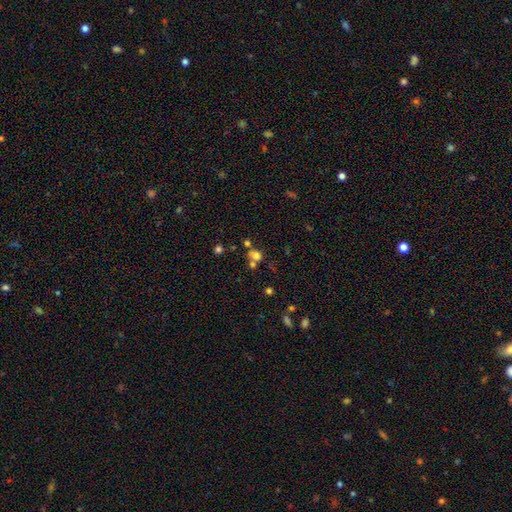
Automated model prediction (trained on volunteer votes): Morphology: type=smooth (67%); roundness=round (65%); merging=merger (43%).